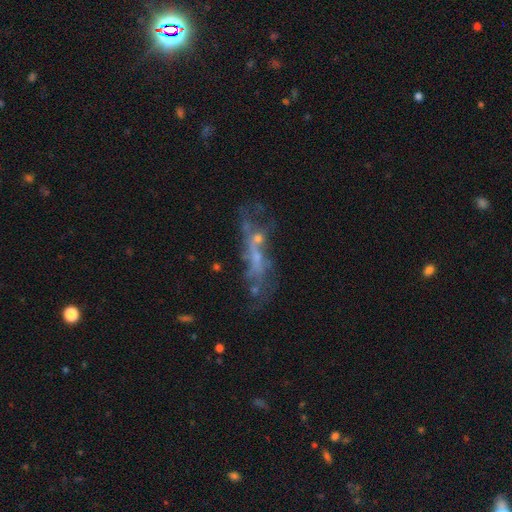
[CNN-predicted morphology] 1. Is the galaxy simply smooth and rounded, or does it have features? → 59% featured or disk, 23% smooth, 18% star or artifact.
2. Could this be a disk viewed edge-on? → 78% no, 22% yes.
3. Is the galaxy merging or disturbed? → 43% none, 21% major disturbance, 19% merger, 16% minor disturbance.